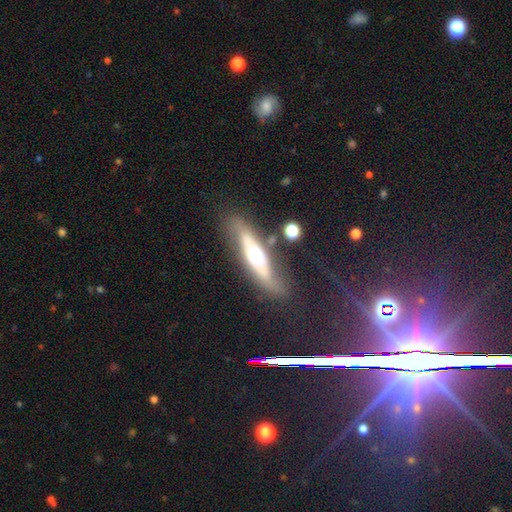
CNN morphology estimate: Smooth or featured? Predicted: featured or disk (p=0.58). Edge-on disk? Predicted: yes (p=0.54). Merging? Predicted: none (p=0.69).